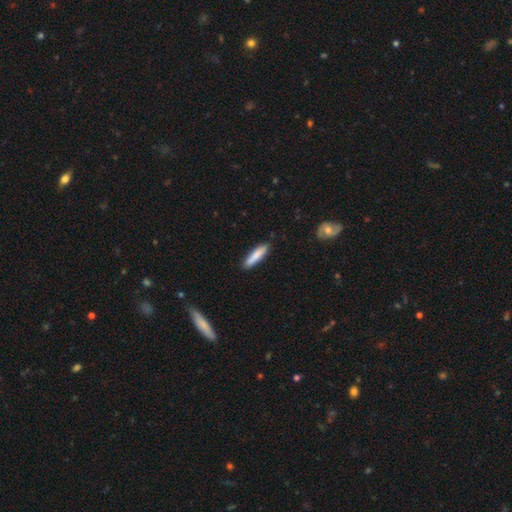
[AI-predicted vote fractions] Smooth or featured?
  - smooth: 84% *
  - featured or disk: 11%
  - star or artifact: 5%
How rounded?
  - cigar-shaped: 82% *
  - in between: 17%
  - round: 1%
Merging?
  - none: 89% *
  - minor disturbance: 8%
  - major disturbance: 2%
  - merger: 1%